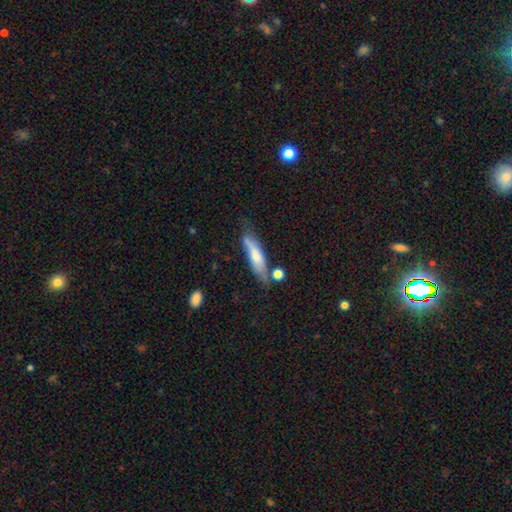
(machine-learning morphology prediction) Smooth or featured? Predicted: smooth (p=0.63). How rounded? Predicted: cigar-shaped (p=0.70). Merging? Predicted: none (p=0.50).